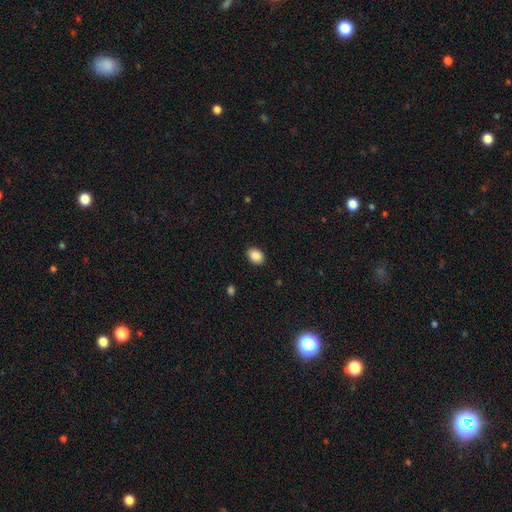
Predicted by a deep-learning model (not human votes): This is clearly a smooth galaxy (89%). How rounded: likely in between (65%). Merging: clearly none (89%).